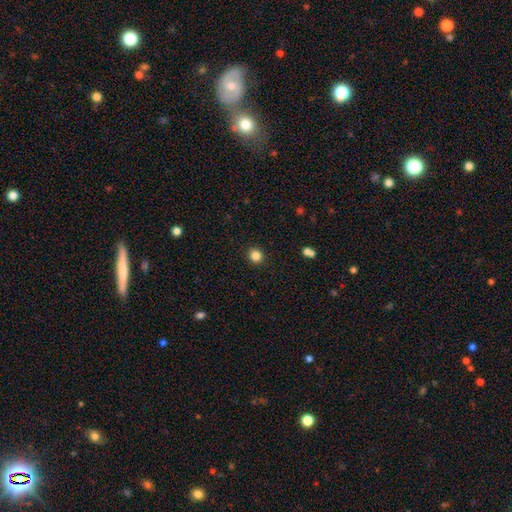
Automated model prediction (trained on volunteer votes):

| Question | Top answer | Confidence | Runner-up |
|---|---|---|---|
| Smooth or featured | smooth | 84% | star or artifact (12%) |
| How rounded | round | 88% | in between (11%) |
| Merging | none | 92% | minor disturbance (5%) |